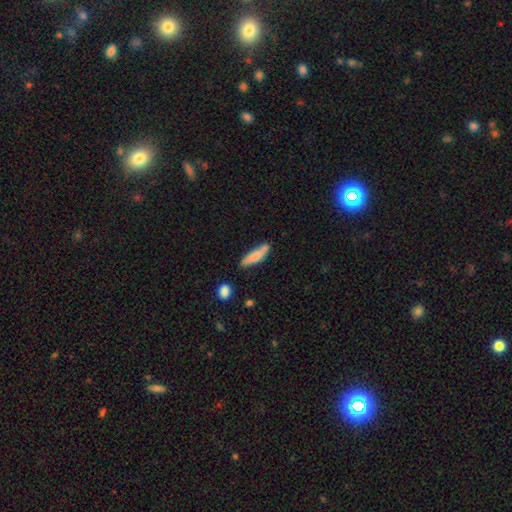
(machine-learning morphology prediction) smooth-or-featured: smooth: 75% | featured or disk: 18% | star or artifact: 6%
  how-rounded: cigar-shaped: 64% | in between: 35% | round: 2%
  merging: none: 65% | minor disturbance: 25% | merger: 6% | major disturbance: 5%